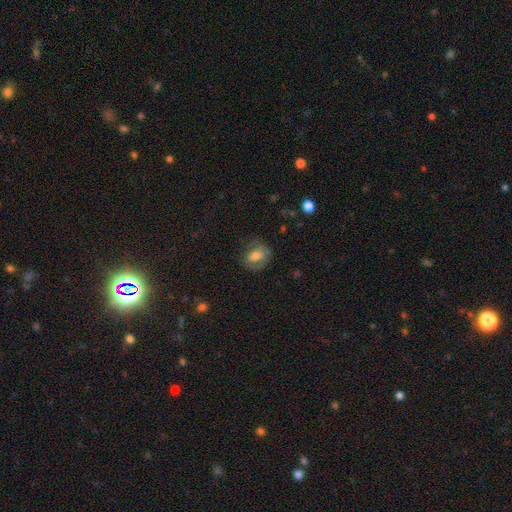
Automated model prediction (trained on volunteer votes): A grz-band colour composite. It shows a smooth galaxy with no disk features (63%) that is in between round and cigar-shaped (53%). Merging: none (64%).